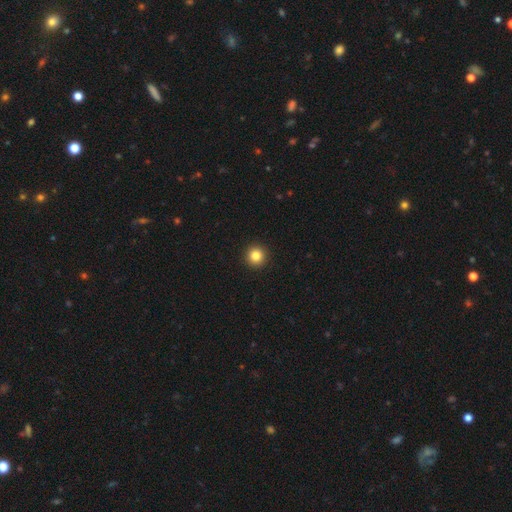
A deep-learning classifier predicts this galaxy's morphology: smooth_or_featured: smooth (p=0.84) [alt: star or artifact p=0.11]
how_rounded: round (p=0.96) [alt: in between p=0.03]
merging: none (p=0.94) [alt: minor disturbance p=0.04]